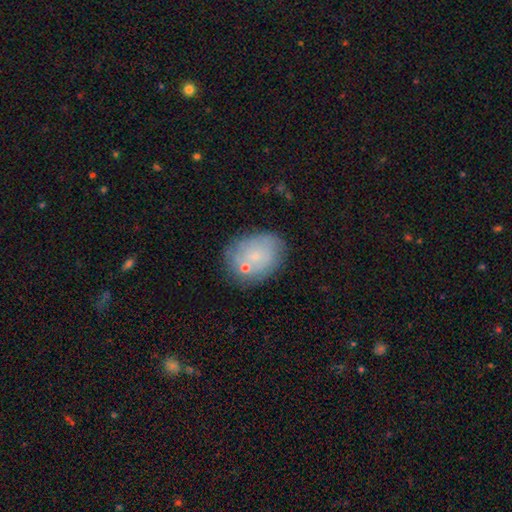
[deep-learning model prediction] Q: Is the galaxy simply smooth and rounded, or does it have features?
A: smooth — 54%.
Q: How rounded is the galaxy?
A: in between — 56%.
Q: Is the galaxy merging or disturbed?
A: none — 65%.